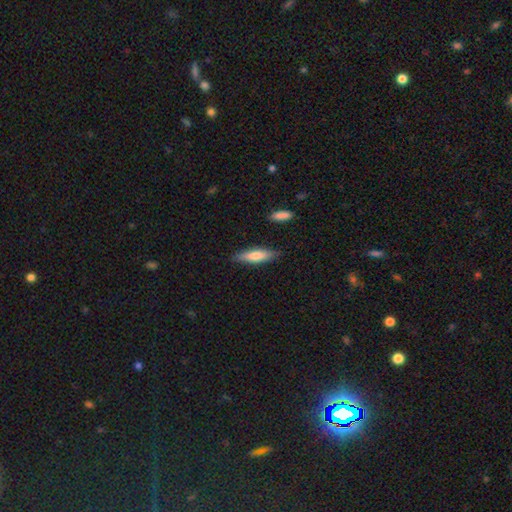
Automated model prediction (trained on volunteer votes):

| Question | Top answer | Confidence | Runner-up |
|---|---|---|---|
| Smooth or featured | smooth | 72% | featured or disk (23%) |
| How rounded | cigar-shaped | 67% | in between (32%) |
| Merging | none | 84% | minor disturbance (11%) |